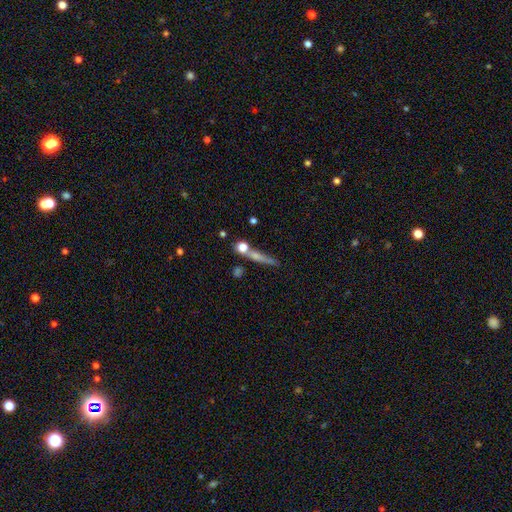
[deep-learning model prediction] smooth-or-featured: smooth: 52% | featured or disk: 35% | star or artifact: 13%
  how-rounded: cigar-shaped: 77% | round: 13% | in between: 9%
  merging: none: 66% | merger: 14% | minor disturbance: 13% | major disturbance: 6%